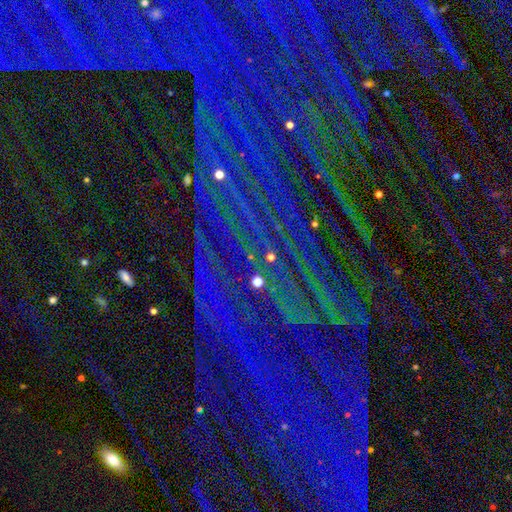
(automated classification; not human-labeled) This is clearly a star or artifact rather than a galaxy (86%).